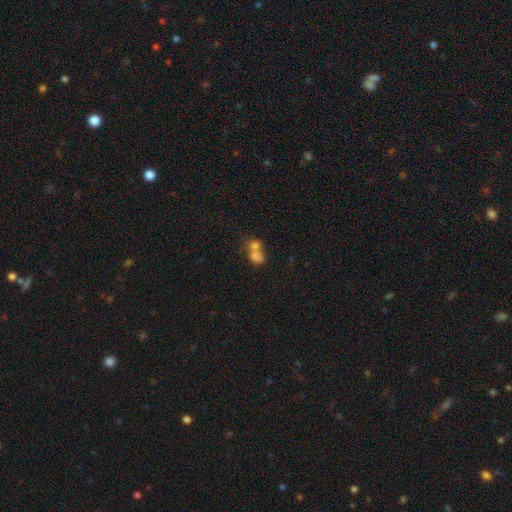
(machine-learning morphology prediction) This is likely a smooth galaxy (75%). How rounded: possibly in between (53%). Merging: likely merger (68%).